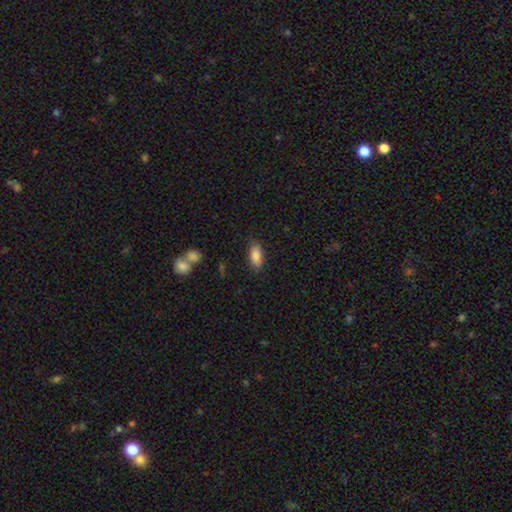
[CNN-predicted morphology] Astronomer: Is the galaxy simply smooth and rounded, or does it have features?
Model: smooth — 85%.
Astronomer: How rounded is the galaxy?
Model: in between — 86%.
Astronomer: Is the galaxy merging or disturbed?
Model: none — 83%.